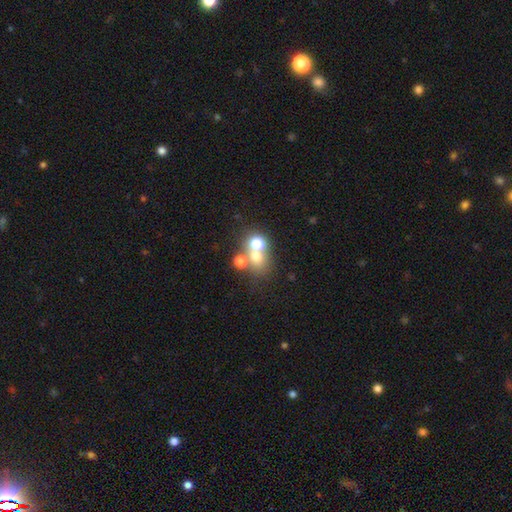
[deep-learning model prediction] Smooth or featured? smooth (62%)
How rounded? round (71%)
Merging? merger (50%)